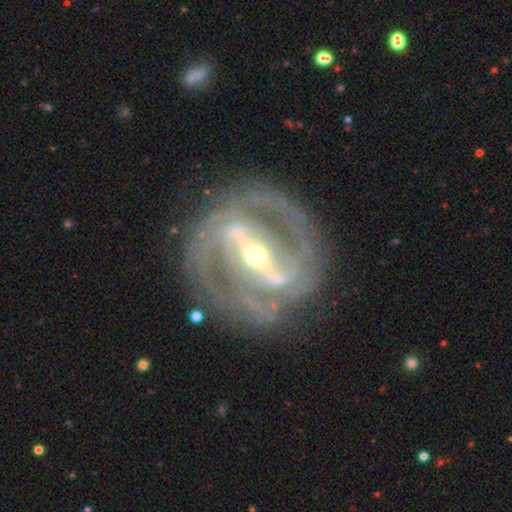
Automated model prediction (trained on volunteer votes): Smooth or featured?
  - featured or disk: 91% *
  - star or artifact: 5%
  - smooth: 4%
Edge-on disk?
  - no: 94% *
  - yes: 6%
Bar?
  - strong: 80% *
  - weak: 15%
  - no: 5%
Spiral arms?
  - yes: 96% *
  - no: 4%
Spiral winding?
  - tight: 55% *
  - medium: 37%
  - loose: 8%
Spiral arm count?
  - 2: 53% *
  - 3: 20%
  - can't tell: 12%
  - 4: 7%
  - more than 4: 4%
  - 1: 4%
Bulge size?
  - small: 58% *
  - moderate: 38%
  - large: 2%
  - dominant: 1%
  - none: 1%
Merging?
  - none: 76% *
  - minor disturbance: 14%
  - major disturbance: 8%
  - merger: 2%